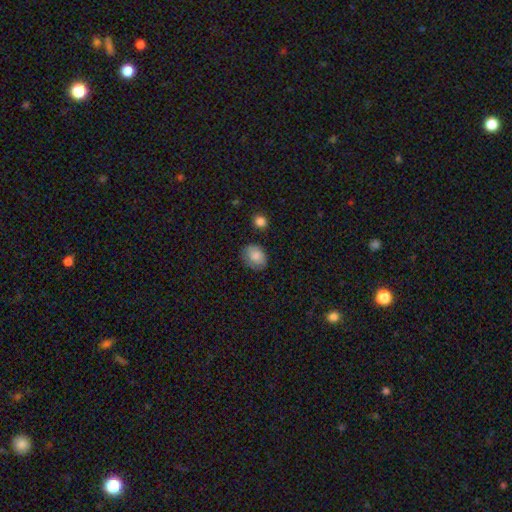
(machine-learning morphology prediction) Smooth or featured? Predicted: smooth (p=0.82). How rounded? Predicted: in between (p=0.62). Merging? Predicted: none (p=0.76).